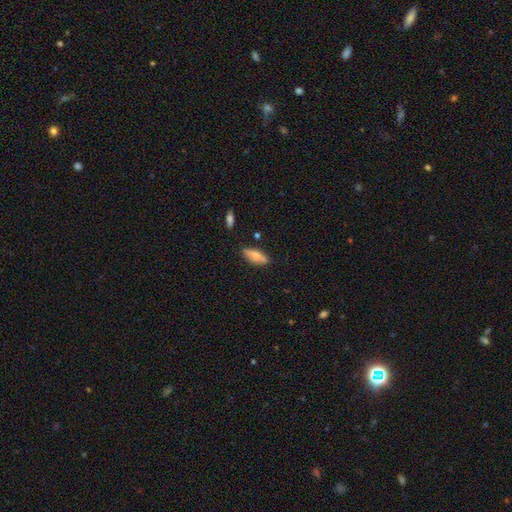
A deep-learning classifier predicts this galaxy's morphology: Q: Smooth or featured?
A: smooth (70%); runner-up: featured or disk (23%)
Q: How rounded?
A: in between (64%); runner-up: cigar-shaped (33%)
Q: Merging?
A: none (78%); runner-up: minor disturbance (16%)